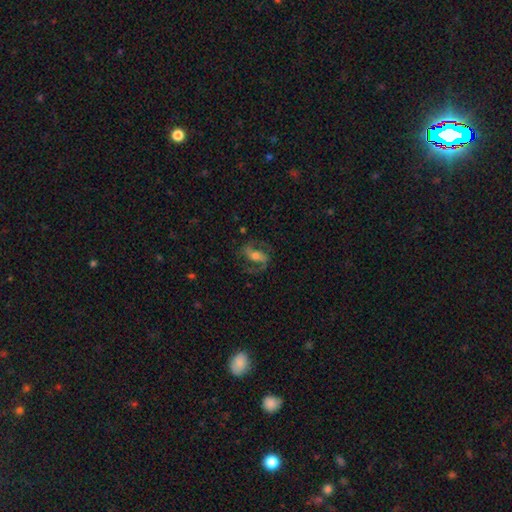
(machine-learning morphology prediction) Smooth or featured? Predicted: featured or disk (p=0.78). Edge-on disk? Predicted: no (p=0.95). Bar? Predicted: strong (p=0.46). Spiral arms? Predicted: yes (p=0.91). Spiral winding? Predicted: medium (p=0.53). Spiral arm count? Predicted: 2 (p=0.90). Bulge size? Predicted: moderate (p=0.59). Merging? Predicted: none (p=0.72).